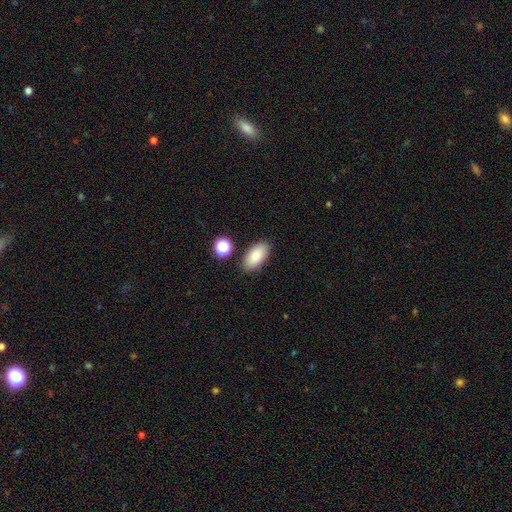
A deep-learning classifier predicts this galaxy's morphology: Q: Smooth or featured?
A: smooth (83%); runner-up: featured or disk (9%)
Q: How rounded?
A: in between (92%); runner-up: cigar-shaped (5%)
Q: Merging?
A: none (84%); runner-up: minor disturbance (9%)